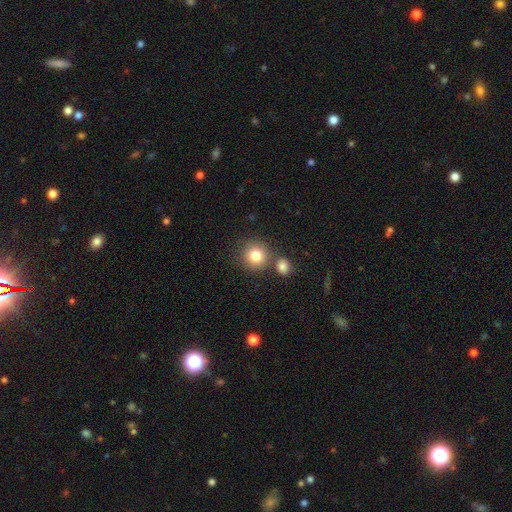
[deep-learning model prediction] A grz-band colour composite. It shows a smooth galaxy with no disk features (81%) that is round (92%). Merging: none (72%).